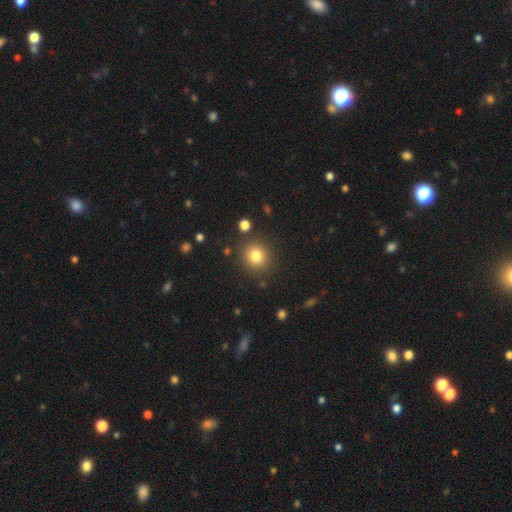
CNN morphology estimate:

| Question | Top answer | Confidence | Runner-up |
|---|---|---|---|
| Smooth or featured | smooth | 81% | star or artifact (12%) |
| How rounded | round | 85% | in between (14%) |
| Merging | none | 86% | minor disturbance (8%) |